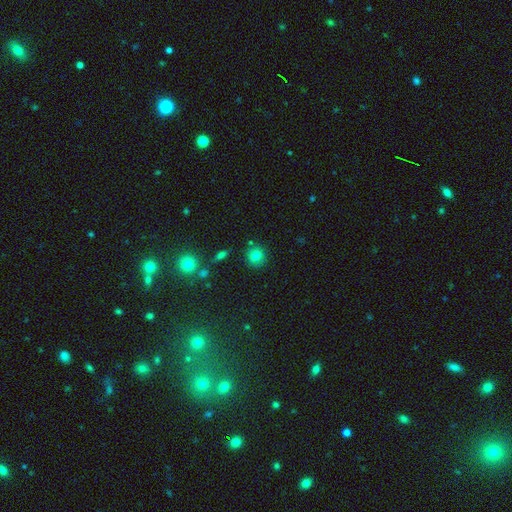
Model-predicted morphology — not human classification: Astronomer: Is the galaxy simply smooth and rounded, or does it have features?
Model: smooth — 78%.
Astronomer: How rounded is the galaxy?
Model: round — 88%.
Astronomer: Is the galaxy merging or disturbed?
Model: none — 85%.